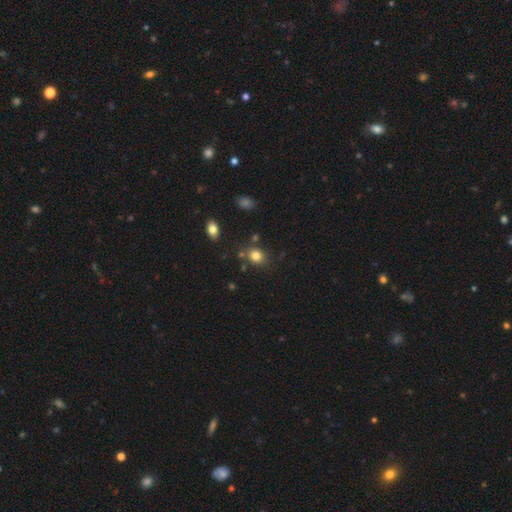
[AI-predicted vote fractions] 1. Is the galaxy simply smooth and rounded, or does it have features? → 81% smooth, 12% star or artifact, 7% featured or disk.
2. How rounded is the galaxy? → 58% round, 41% in between, 1% cigar-shaped.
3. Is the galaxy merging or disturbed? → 75% none, 13% minor disturbance, 8% merger, 4% major disturbance.